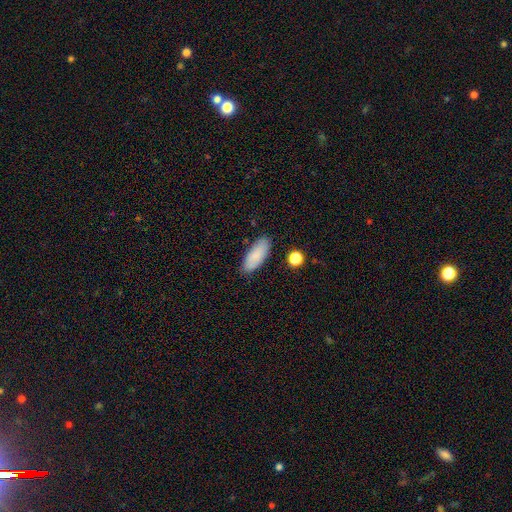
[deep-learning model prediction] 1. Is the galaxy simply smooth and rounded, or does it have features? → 86% smooth, 8% featured or disk, 7% star or artifact.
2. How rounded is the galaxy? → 78% in between, 20% cigar-shaped, 2% round.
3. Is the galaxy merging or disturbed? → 84% none, 12% minor disturbance, 2% major disturbance, 2% merger.